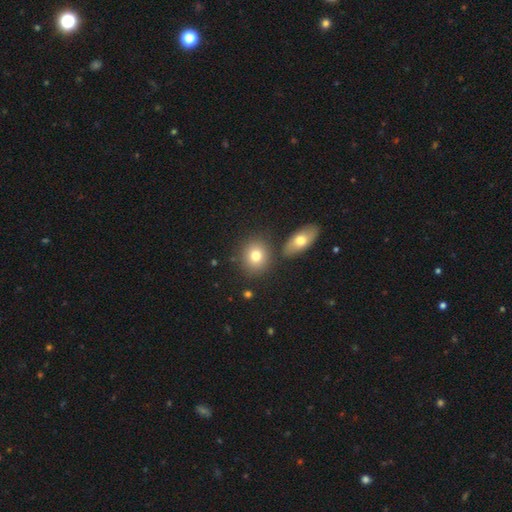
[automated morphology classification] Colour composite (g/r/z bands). It shows a smooth galaxy with no disk features (78%) that is round (67%). Merging: none (75%).